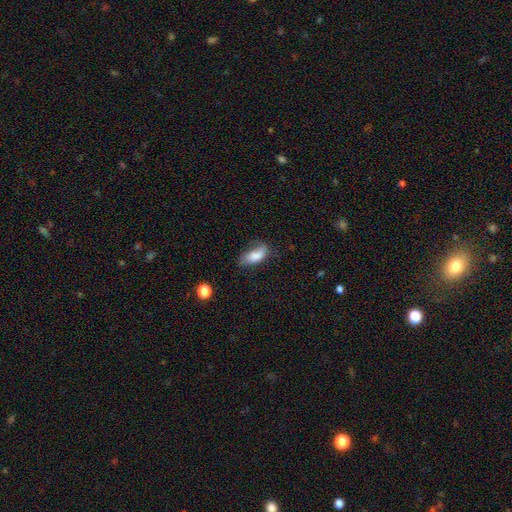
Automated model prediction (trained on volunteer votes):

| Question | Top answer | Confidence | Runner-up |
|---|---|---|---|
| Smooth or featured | smooth | 76% | featured or disk (15%) |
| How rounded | in between | 86% | cigar-shaped (10%) |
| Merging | none | 40% | minor disturbance (33%) |